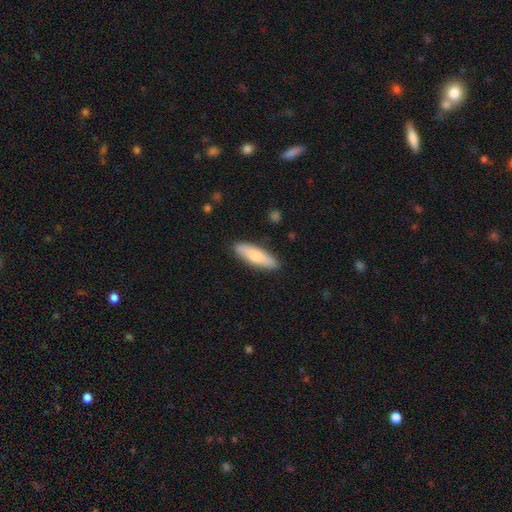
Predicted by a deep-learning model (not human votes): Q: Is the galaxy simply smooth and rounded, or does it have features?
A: smooth — 73%.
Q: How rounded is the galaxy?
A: cigar-shaped — 61%.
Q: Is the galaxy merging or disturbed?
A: none — 87%.